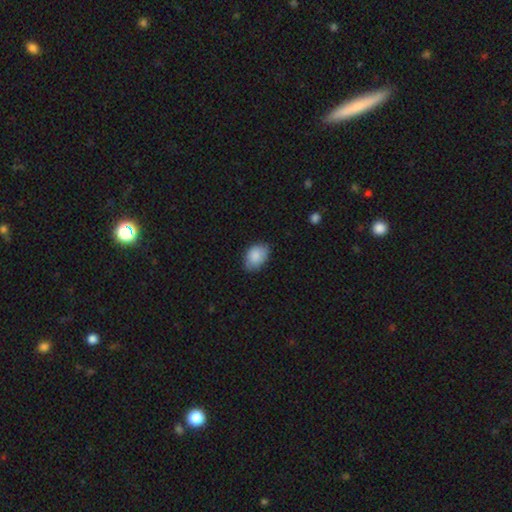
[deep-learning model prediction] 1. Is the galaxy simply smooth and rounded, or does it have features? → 87% smooth, 7% featured or disk, 6% star or artifact.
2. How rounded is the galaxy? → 85% in between, 14% round, 1% cigar-shaped.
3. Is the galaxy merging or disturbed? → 75% none, 21% minor disturbance, 3% major disturbance, 1% merger.